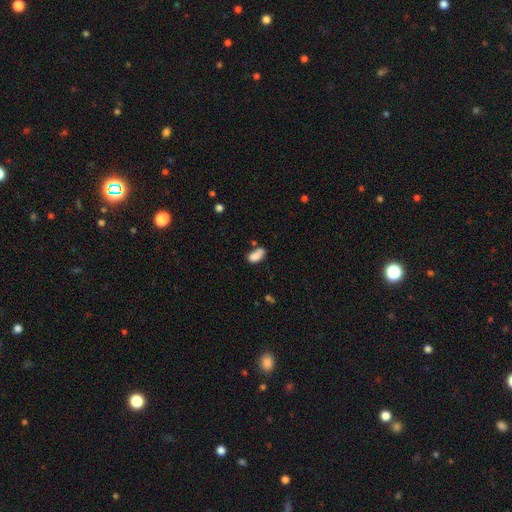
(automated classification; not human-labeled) smooth 83%, star or artifact 9%, featured or disk 8%. Down the decision tree: how rounded — in between (91%); merging — none (44%).